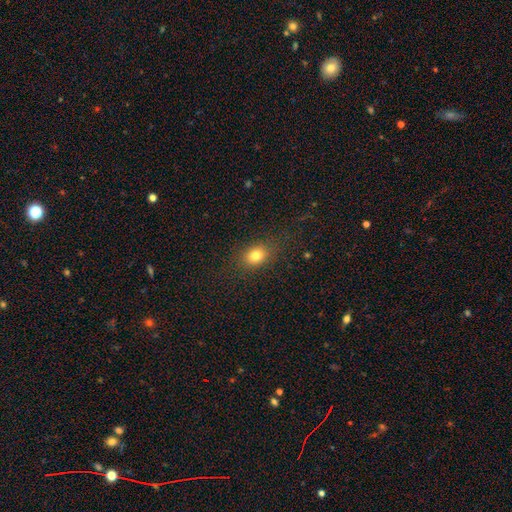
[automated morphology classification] A smooth galaxy with no disk features (80%) that is in between round and cigar-shaped (61%). Merging: none (84%).